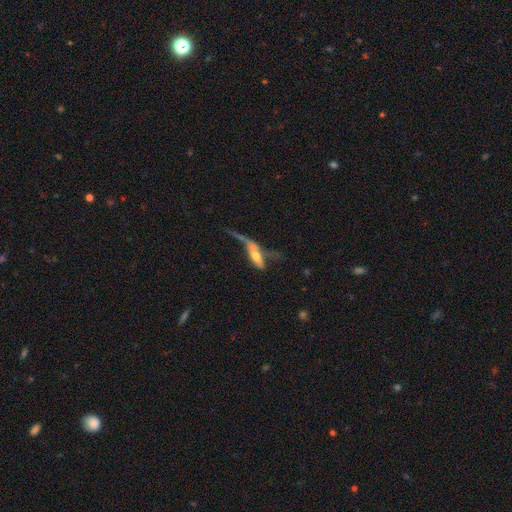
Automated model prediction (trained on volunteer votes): A featured or disk galaxy (50%). Merging: major disturbance (39%).